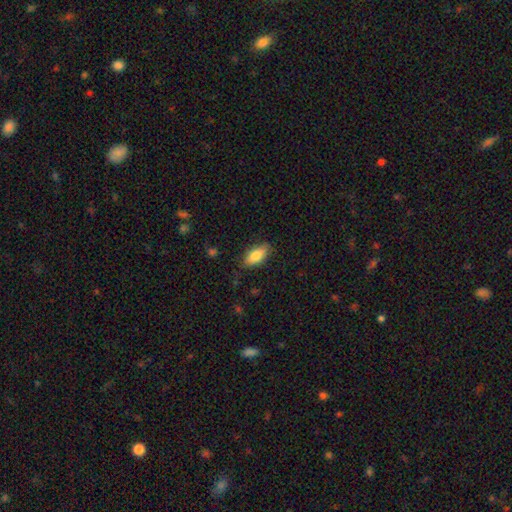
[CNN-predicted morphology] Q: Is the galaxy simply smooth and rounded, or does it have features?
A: smooth — 83%.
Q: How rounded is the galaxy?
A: in between — 85%.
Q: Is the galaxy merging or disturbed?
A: none — 81%.